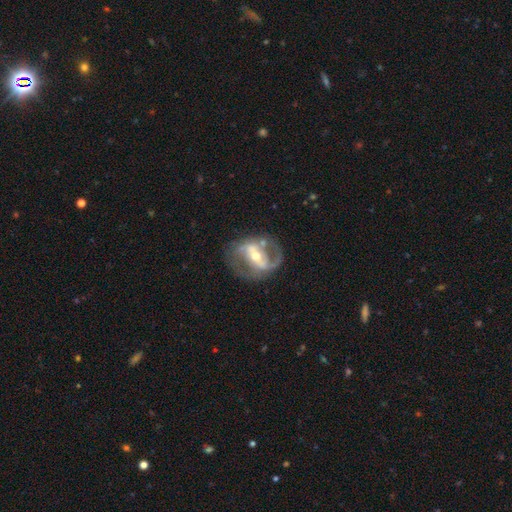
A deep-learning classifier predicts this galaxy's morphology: Overall: featured or disk (83%). Edge-on disk: no (95%). Bar: strong (51%; weak 31%). Spiral arms: yes (80%). Spiral arm count: 2 (81%). Spiral winding: medium (49%; loose 29%). Bulge size: moderate (61%; small 32%). Merging: none (65%).